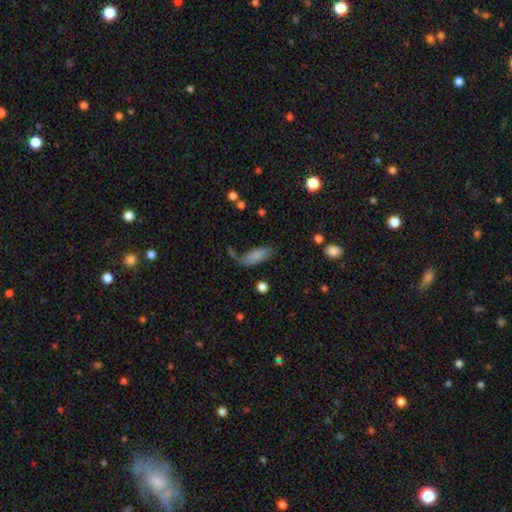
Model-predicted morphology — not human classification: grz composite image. It shows a smooth galaxy with no disk features (80%) that is in between round and cigar-shaped (79%). Merging: none (53%).